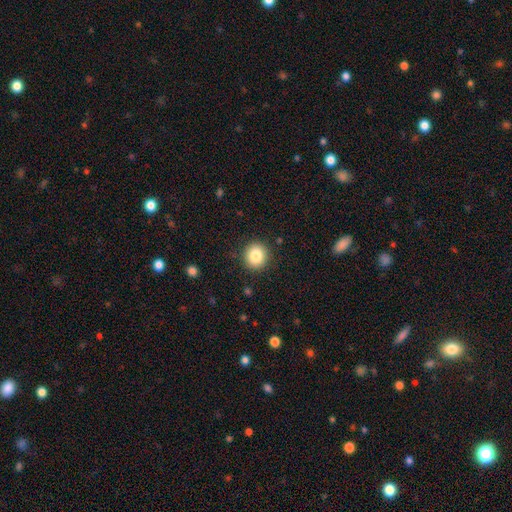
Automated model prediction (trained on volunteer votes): Overall: smooth (84%). How rounded: round (90%). Merging: none (90%).